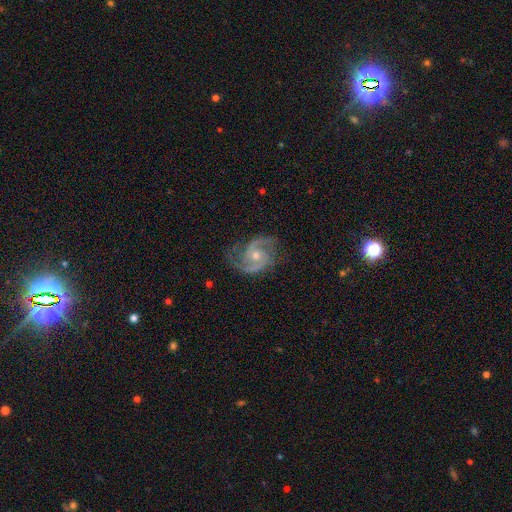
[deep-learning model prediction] Overall: featured or disk (92%). Edge-on disk: no (98%). Bar: no (62%; weak 31%). Spiral arms: yes (98%). Spiral arm count: 2 (87%). Spiral winding: medium (60%; tight 26%). Bulge size: moderate (51%; small 45%). Merging: none (76%).